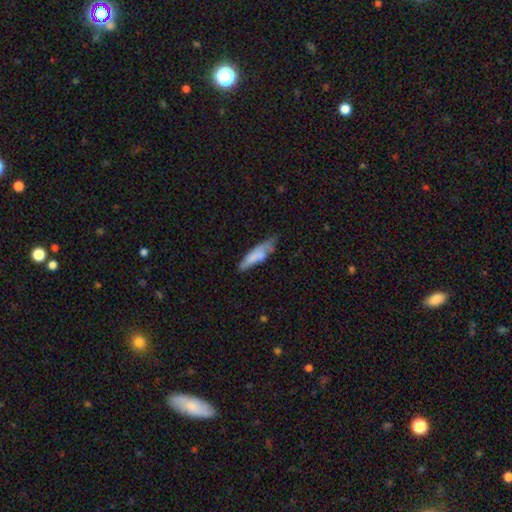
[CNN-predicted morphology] A smooth galaxy with no disk features (70%) that is cigar-shaped (63%).

Vote fractions:
- Smooth or featured? smooth: 70% / featured or disk: 23% / star or artifact: 7%
- How rounded? cigar-shaped: 63% / in between: 35% / round: 2%
- Merging? none: 49% / minor disturbance: 34% / major disturbance: 12% / merger: 5%